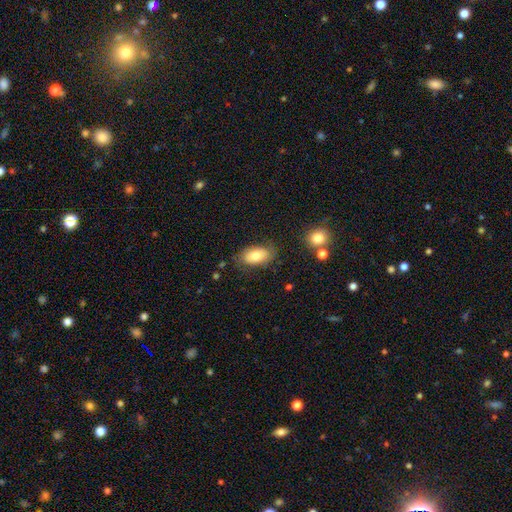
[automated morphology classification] A smooth galaxy with no disk features (75%) that is in between round and cigar-shaped (92%). Merging: none (77%).